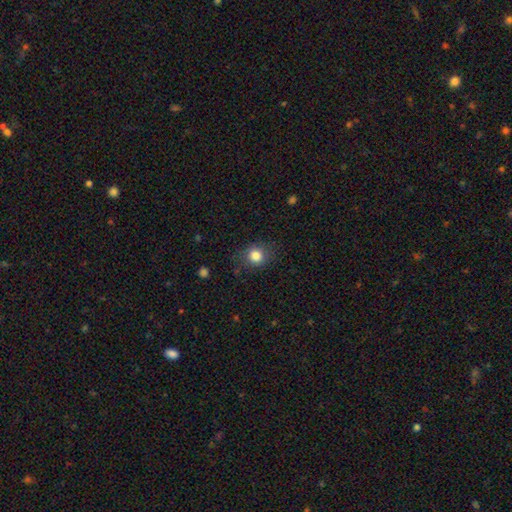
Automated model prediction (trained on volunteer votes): This appears to be a smooth galaxy with no disk features (83%) that is round (78%). Merging: none (80%).